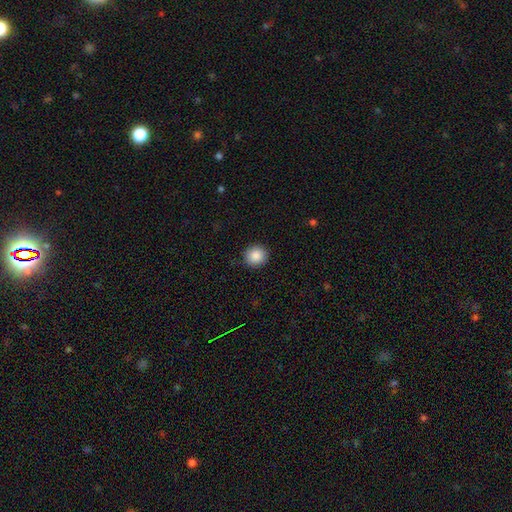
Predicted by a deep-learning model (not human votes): Q: Smooth or featured?
A: smooth (87%); runner-up: star or artifact (9%)
Q: How rounded?
A: round (91%); runner-up: in between (8%)
Q: Merging?
A: none (91%); runner-up: minor disturbance (7%)